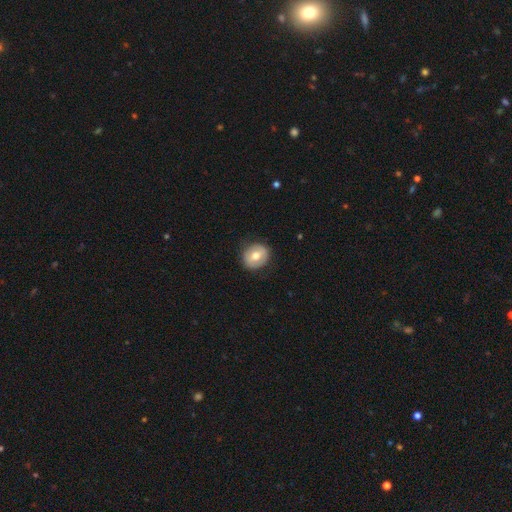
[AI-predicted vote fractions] smooth-or-featured: smooth: 63% | featured or disk: 30% | star or artifact: 7%
  how-rounded: round: 75% | in between: 24% | cigar-shaped: 1%
  merging: none: 86% | minor disturbance: 10% | major disturbance: 3% | merger: 1%